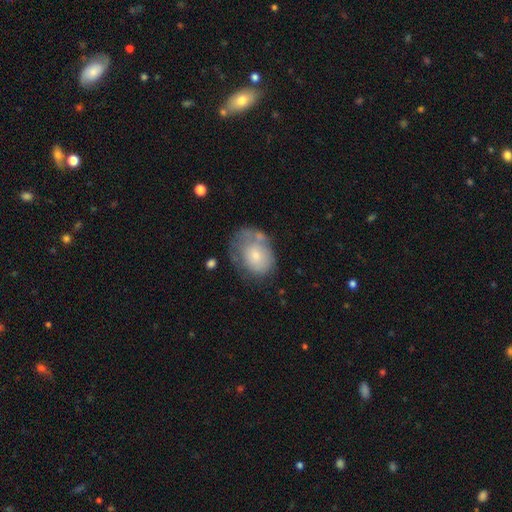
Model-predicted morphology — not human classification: A smooth galaxy with no disk features (62%) that is in between round and cigar-shaped (65%).

Vote fractions:
- Smooth or featured? smooth: 62% / featured or disk: 31% / star or artifact: 7%
- How rounded? in between: 65% / round: 34% / cigar-shaped: 1%
- Merging? none: 39% / minor disturbance: 31% / major disturbance: 21% / merger: 9%